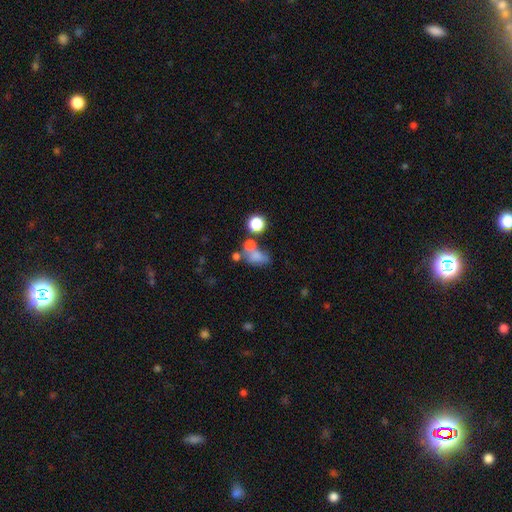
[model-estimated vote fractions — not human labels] A smooth galaxy with no disk features (64%) that is in between round and cigar-shaped (68%).

Vote fractions:
- Smooth or featured? smooth: 64% / featured or disk: 19% / star or artifact: 17%
- How rounded? in between: 68% / round: 30% / cigar-shaped: 3%
- Merging? merger: 38% / none: 31% / major disturbance: 16% / minor disturbance: 15%